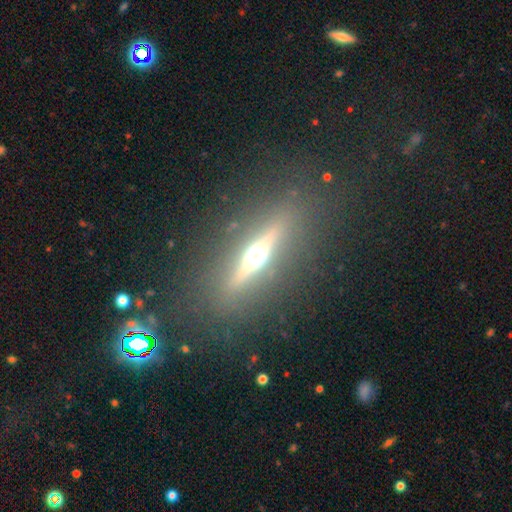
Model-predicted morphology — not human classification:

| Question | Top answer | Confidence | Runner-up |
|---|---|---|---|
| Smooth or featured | featured or disk | 73% | smooth (18%) |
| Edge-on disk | yes | 93% | no (7%) |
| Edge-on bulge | rounded | 96% | boxy (3%) |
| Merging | none | 87% | minor disturbance (8%) |